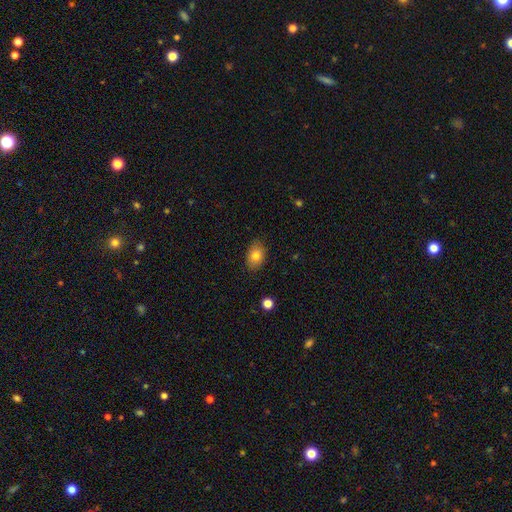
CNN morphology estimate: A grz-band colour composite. It shows a smooth galaxy with no disk features (81%) that is in between round and cigar-shaped (81%). Merging: none (84%).